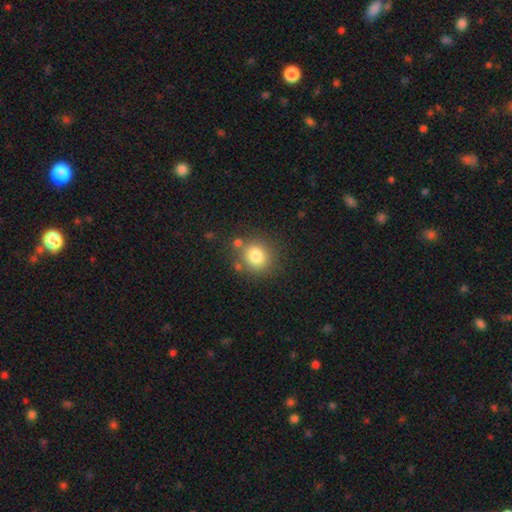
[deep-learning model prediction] Overall: smooth (80%). How rounded: round (83%). Merging: none (76%).